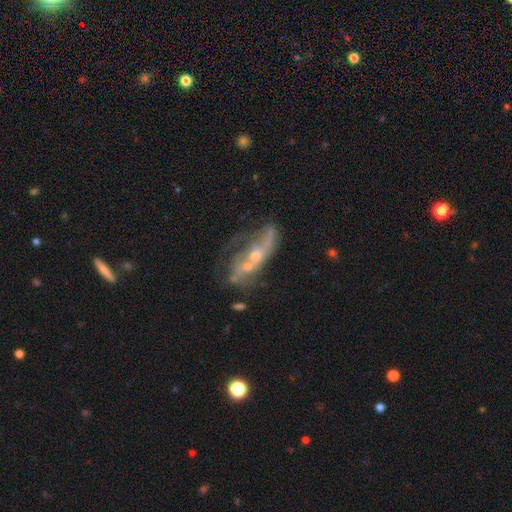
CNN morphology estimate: Smooth or featured?
  - featured or disk: 69% *
  - smooth: 20%
  - star or artifact: 10%
Edge-on disk?
  - no: 87% *
  - yes: 13%
Bar?
  - no: 70% *
  - weak: 22%
  - strong: 8%
Spiral arms?
  - yes: 57% *
  - no: 43%
Bulge size?
  - small: 45% *
  - moderate: 44%
  - none: 7%
  - large: 3%
  - dominant: 1%
Merging?
  - merger: 35% *
  - none: 27%
  - major disturbance: 23%
  - minor disturbance: 14%